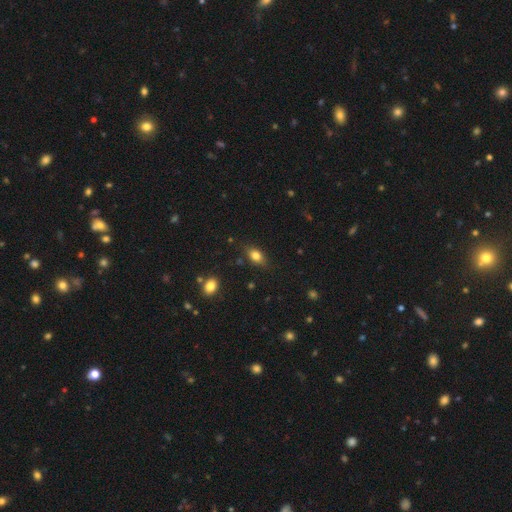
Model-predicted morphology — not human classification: A smooth galaxy with no disk features (80%) that is in between round and cigar-shaped (82%).

Vote fractions:
- Smooth or featured? smooth: 80% / featured or disk: 10% / star or artifact: 9%
- How rounded? in between: 82% / round: 13% / cigar-shaped: 4%
- Merging? none: 80% / minor disturbance: 15% / major disturbance: 3% / merger: 2%